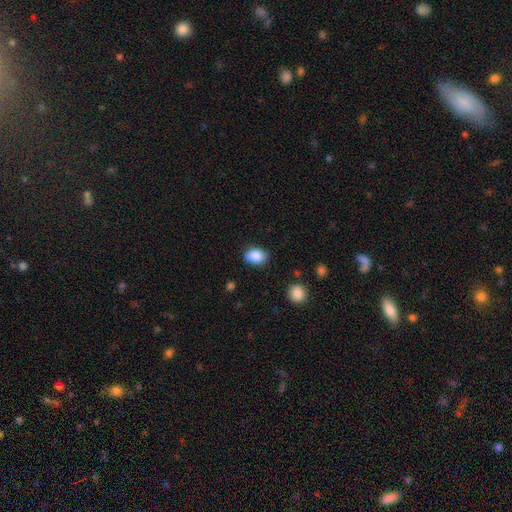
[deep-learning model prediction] Smooth or featured? smooth (85%)
How rounded? in between (67%)
Merging? none (80%)